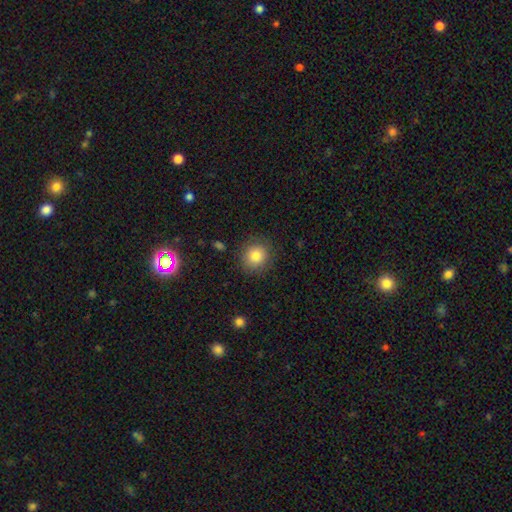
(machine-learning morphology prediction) Q: Smooth or featured?
A: smooth (82%); runner-up: star or artifact (10%)
Q: How rounded?
A: round (88%); runner-up: in between (11%)
Q: Merging?
A: none (86%); runner-up: minor disturbance (9%)